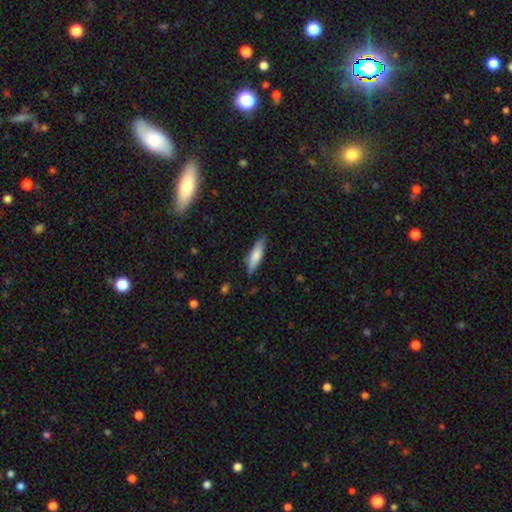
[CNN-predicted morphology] smooth-or-featured: smooth: 75% | featured or disk: 19% | star or artifact: 6%
  how-rounded: cigar-shaped: 67% | in between: 31% | round: 2%
  merging: none: 83% | minor disturbance: 13% | major disturbance: 2% | merger: 1%